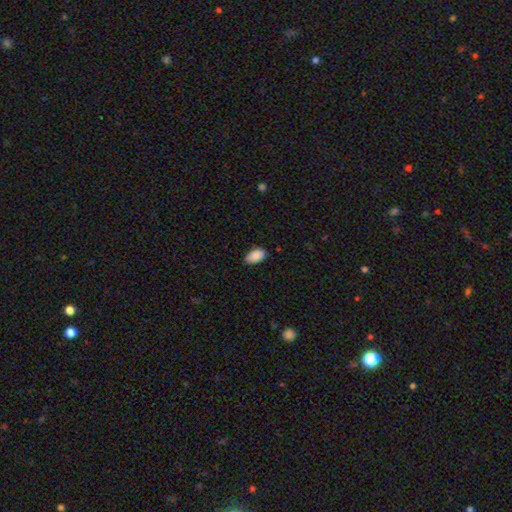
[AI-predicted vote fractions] A smooth galaxy with no disk features (90%) that is in between round and cigar-shaped (95%). Merging: none (83%).